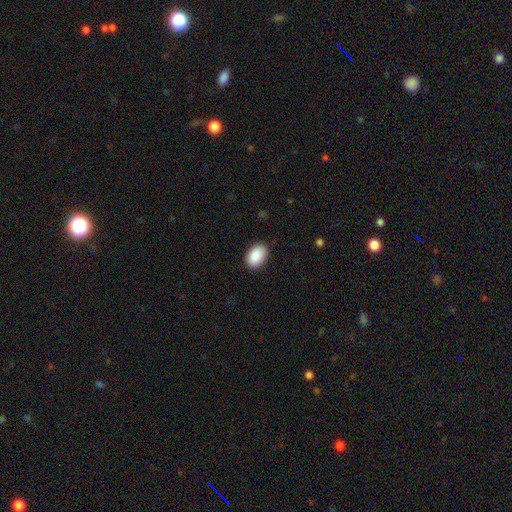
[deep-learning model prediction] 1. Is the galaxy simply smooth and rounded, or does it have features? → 90% smooth, 6% star or artifact, 4% featured or disk.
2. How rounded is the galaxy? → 89% in between, 10% round, 1% cigar-shaped.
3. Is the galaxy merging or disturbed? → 86% none, 11% minor disturbance, 2% major disturbance, 1% merger.